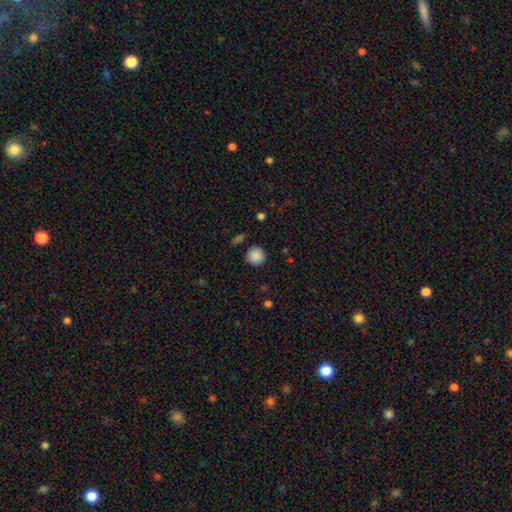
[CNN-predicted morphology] smooth-or-featured: smooth: 87% | star or artifact: 9% | featured or disk: 4%
  how-rounded: round: 91% | in between: 8% | cigar-shaped: 1%
  merging: none: 84% | minor disturbance: 11% | major disturbance: 3% | merger: 2%